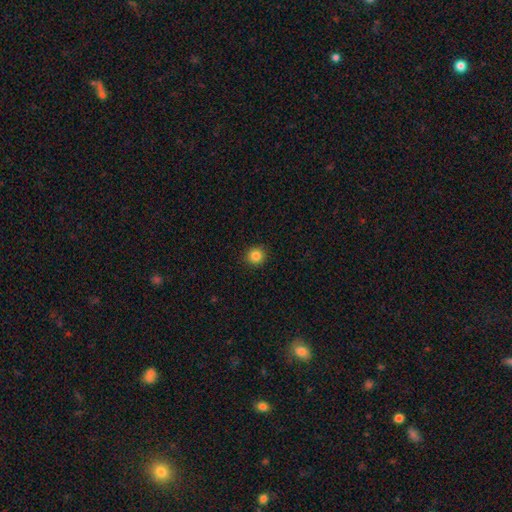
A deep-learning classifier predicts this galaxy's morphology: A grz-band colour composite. It shows a smooth galaxy with no disk features (84%) that is round (93%). Merging: none (92%).